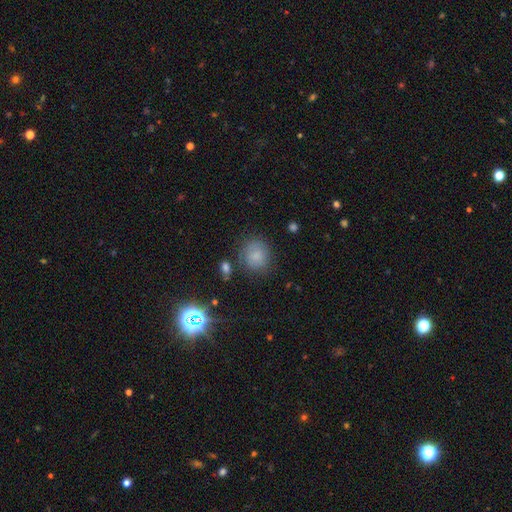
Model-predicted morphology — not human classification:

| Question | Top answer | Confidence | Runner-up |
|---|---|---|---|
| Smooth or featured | smooth | 75% | star or artifact (13%) |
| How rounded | round | 84% | in between (15%) |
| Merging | none | 74% | minor disturbance (17%) |